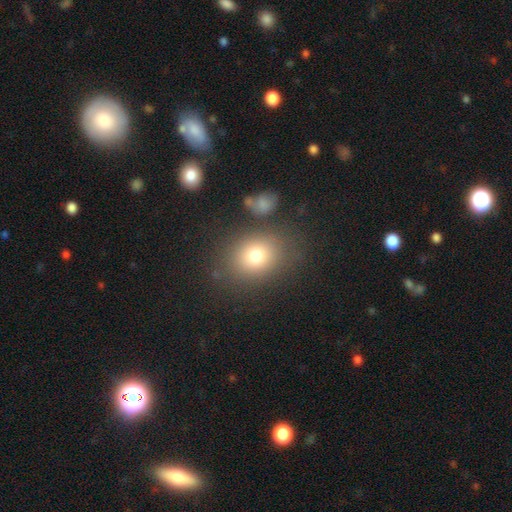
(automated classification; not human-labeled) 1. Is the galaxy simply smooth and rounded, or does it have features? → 76% smooth, 13% star or artifact, 11% featured or disk.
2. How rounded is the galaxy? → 51% round, 48% in between, 1% cigar-shaped.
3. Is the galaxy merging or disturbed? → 76% none, 13% minor disturbance, 6% major disturbance, 5% merger.